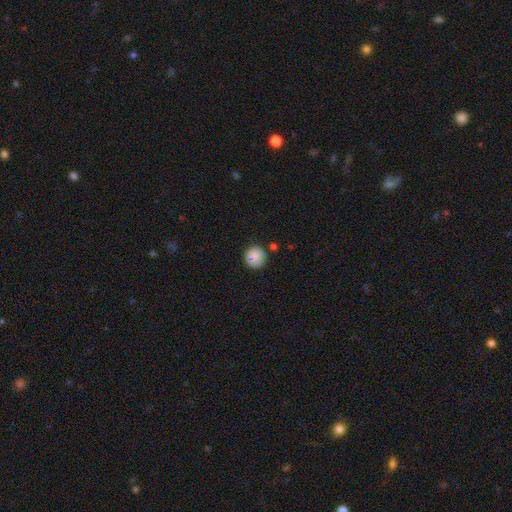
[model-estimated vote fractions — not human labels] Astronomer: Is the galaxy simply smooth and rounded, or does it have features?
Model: smooth — 80%.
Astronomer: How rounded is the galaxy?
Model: round — 91%.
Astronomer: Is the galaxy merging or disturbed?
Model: none — 74%.